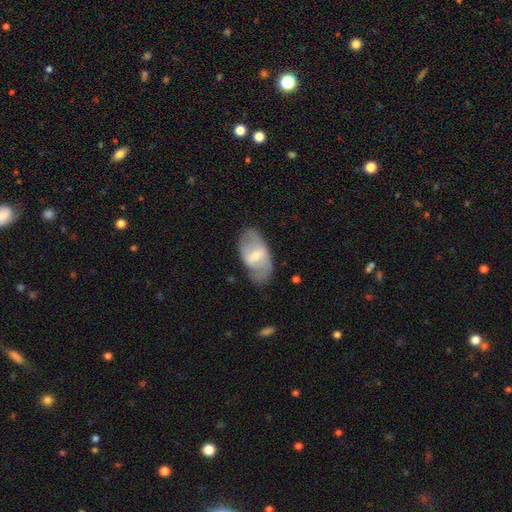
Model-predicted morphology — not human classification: Smooth or featured?
  - featured or disk: 58% *
  - smooth: 36%
  - star or artifact: 6%
Edge-on disk?
  - no: 92% *
  - yes: 8%
Bar?
  - weak: 48% *
  - strong: 38%
  - no: 14%
Spiral arms?
  - yes: 56% *
  - no: 44%
Bulge size?
  - moderate: 46% *
  - small: 45%
  - large: 4%
  - none: 4%
  - dominant: 1%
Merging?
  - none: 70% *
  - minor disturbance: 20%
  - major disturbance: 8%
  - merger: 1%